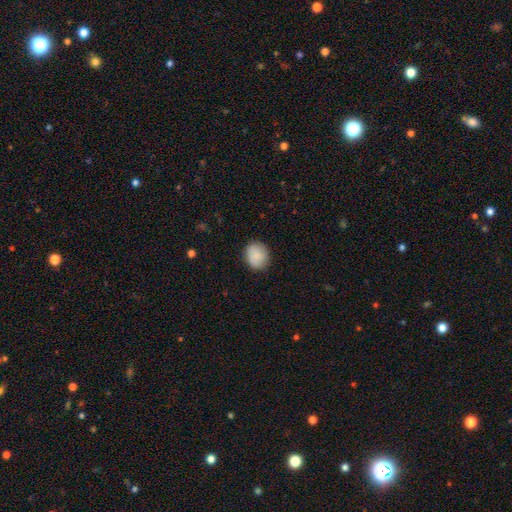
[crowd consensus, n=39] Volunteers were most divided on "how rounded": round: 61%, in between: 39%, cigar-shaped: 0%. More confident: merging — none (89%); smooth or featured — smooth (85%).